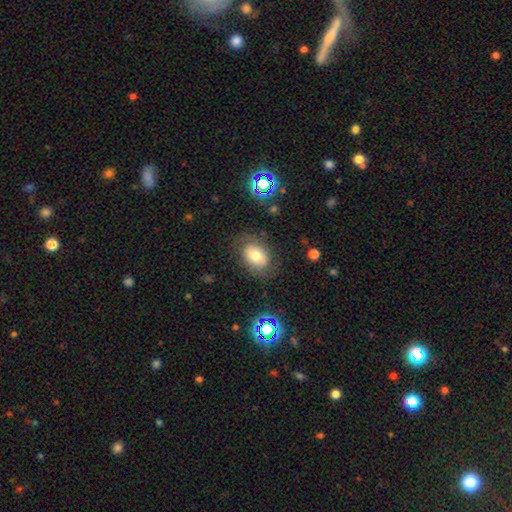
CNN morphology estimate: This appears to be a smooth galaxy with no disk features (64%) that is in between round and cigar-shaped (76%). Merging: none (72%).